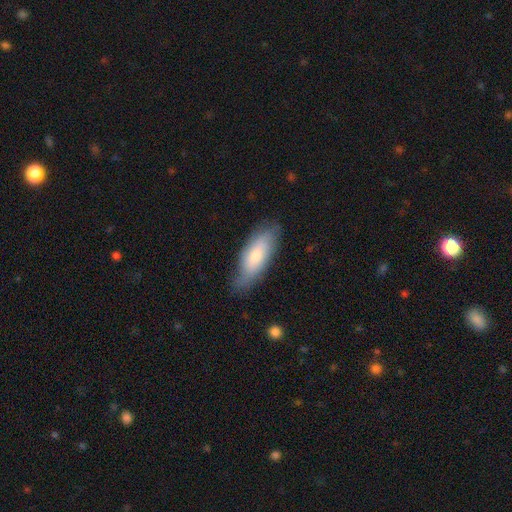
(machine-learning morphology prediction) smooth 67%, featured or disk 27%, star or artifact 6%. Down the decision tree: how rounded — in between (73%); merging — none (70%).